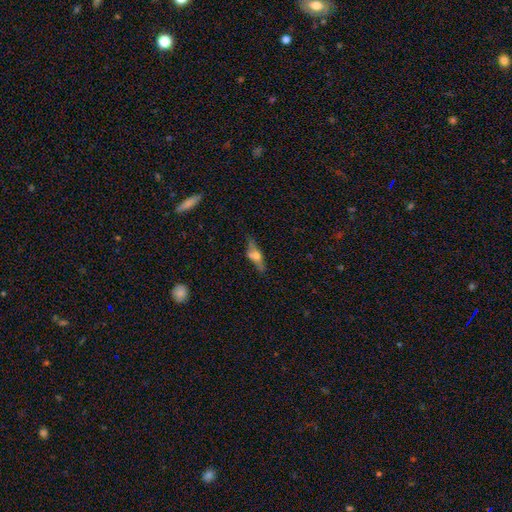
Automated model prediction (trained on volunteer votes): smooth 49%, featured or disk 43%, star or artifact 8%. Down the decision tree: merging — none (60%).